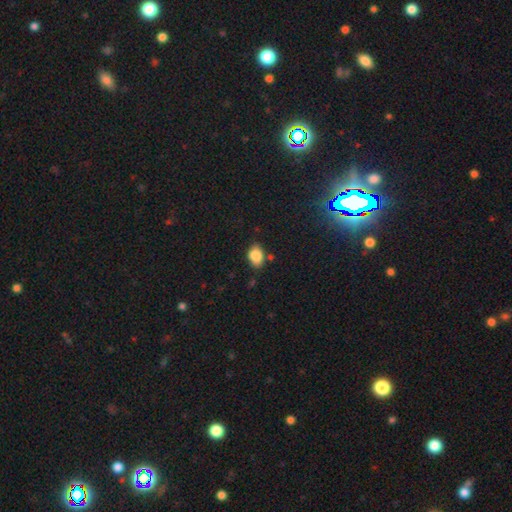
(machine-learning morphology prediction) This is clearly a smooth galaxy (85%). How rounded: likely in between (76%). Merging: likely none (72%).